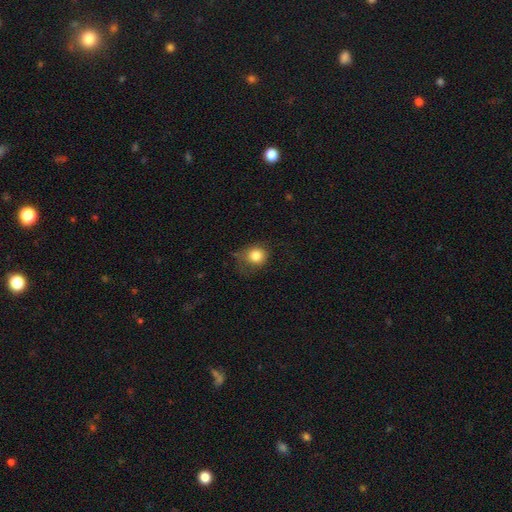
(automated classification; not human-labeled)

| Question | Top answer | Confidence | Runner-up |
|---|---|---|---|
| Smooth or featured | smooth | 82% | star or artifact (10%) |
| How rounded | round | 78% | in between (21%) |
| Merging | none | 57% | minor disturbance (28%) |